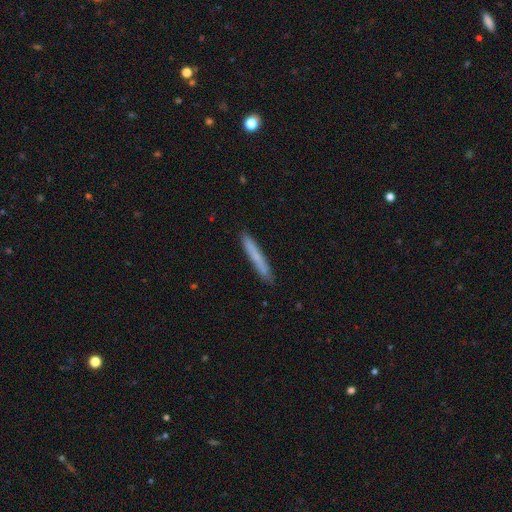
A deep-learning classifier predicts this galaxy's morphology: smooth_or_featured: smooth (p=0.71) [alt: featured or disk p=0.22]
how_rounded: cigar-shaped (p=0.97) [alt: in between p=0.02]
merging: none (p=0.90) [alt: minor disturbance p=0.08]